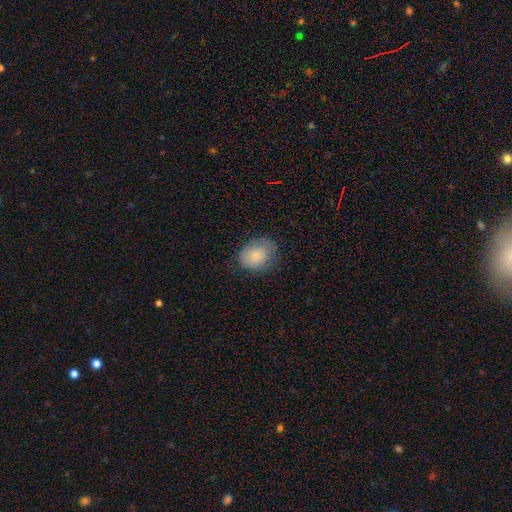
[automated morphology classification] A smooth galaxy with no disk features (84%) that is in between round and cigar-shaped (55%). Merging: none (68%).